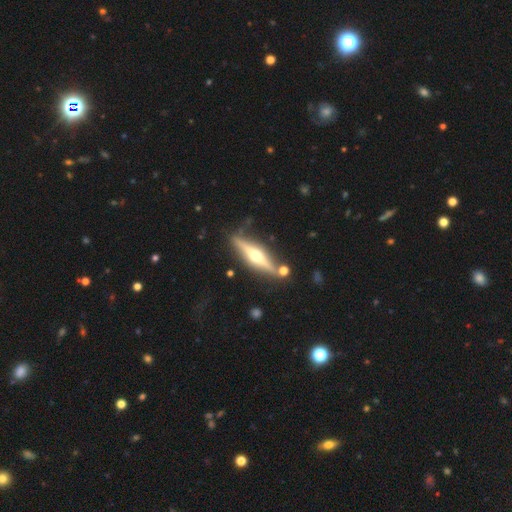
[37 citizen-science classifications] Smooth or featured? featured or disk (78%)
Edge-on disk? yes (100%)
Edge-on bulge? rounded (97%)
Merging? none (81%)